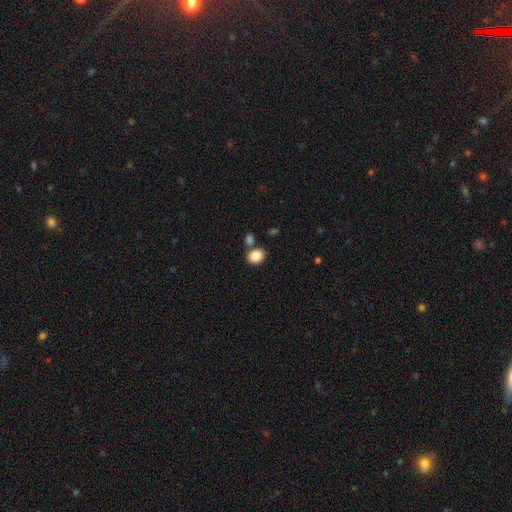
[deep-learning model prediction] smooth_or_featured: smooth (p=0.86) [alt: star or artifact p=0.08]
how_rounded: in between (p=0.55) [alt: round p=0.44]
merging: none (p=0.66) [alt: merger p=0.20]